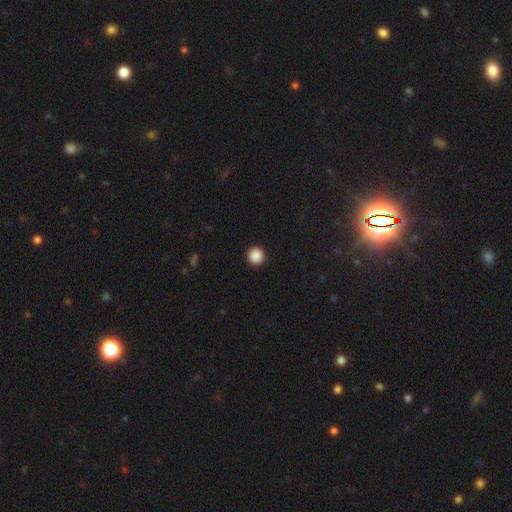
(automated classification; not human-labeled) The model was most divided on "smooth or featured": smooth: 88%, star or artifact: 9%, featured or disk: 2%. More confident: how rounded — round (95%); merging — none (93%).